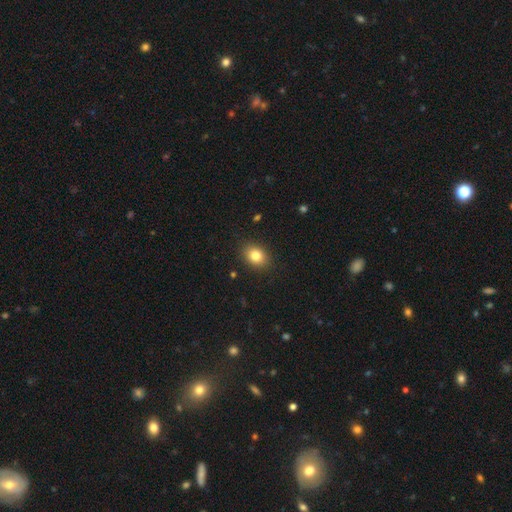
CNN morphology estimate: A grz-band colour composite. It shows a smooth galaxy with no disk features (83%) that is in between round and cigar-shaped (58%). Merging: none (89%).